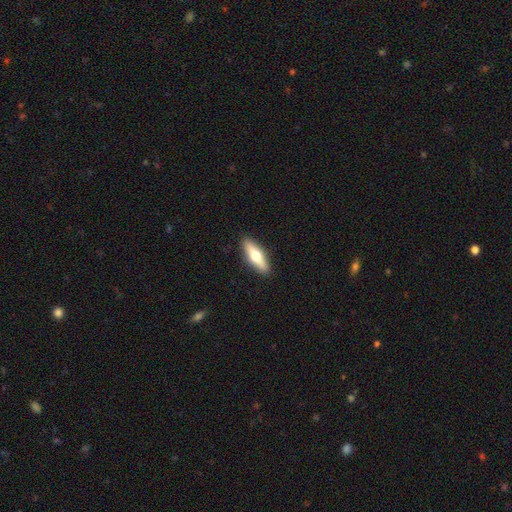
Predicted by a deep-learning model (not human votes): smooth 52%, featured or disk 43%, star or artifact 5%. Down the decision tree: how rounded — cigar-shaped (61%); merging — none (91%).